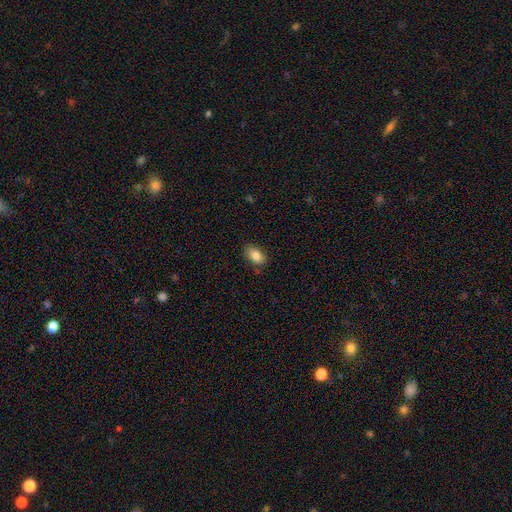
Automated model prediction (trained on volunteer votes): Smooth or featured? Predicted: smooth (p=0.84). How rounded? Predicted: in between (p=0.88). Merging? Predicted: none (p=0.81).